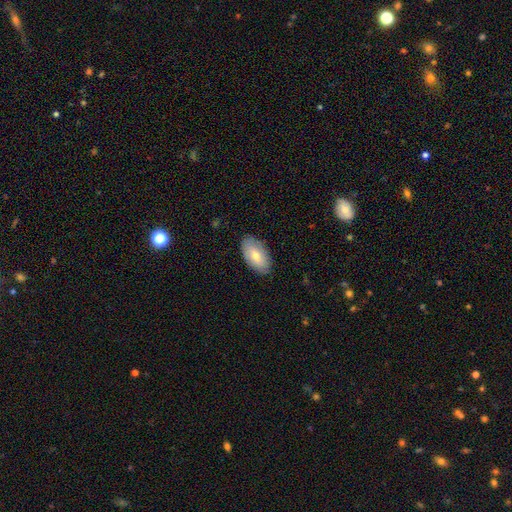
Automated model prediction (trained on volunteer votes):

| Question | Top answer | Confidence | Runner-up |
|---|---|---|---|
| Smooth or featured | smooth | 66% | featured or disk (27%) |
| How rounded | in between | 94% | round (3%) |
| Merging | none | 85% | minor disturbance (12%) |